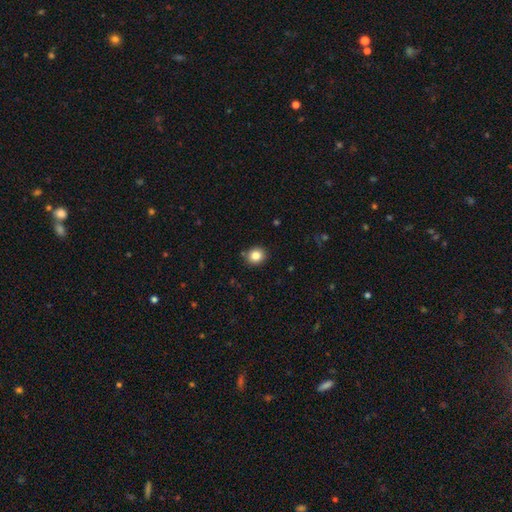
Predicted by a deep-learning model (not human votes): Q: Smooth or featured?
A: smooth (83%); runner-up: star or artifact (11%)
Q: How rounded?
A: round (81%); runner-up: in between (18%)
Q: Merging?
A: none (88%); runner-up: minor disturbance (8%)